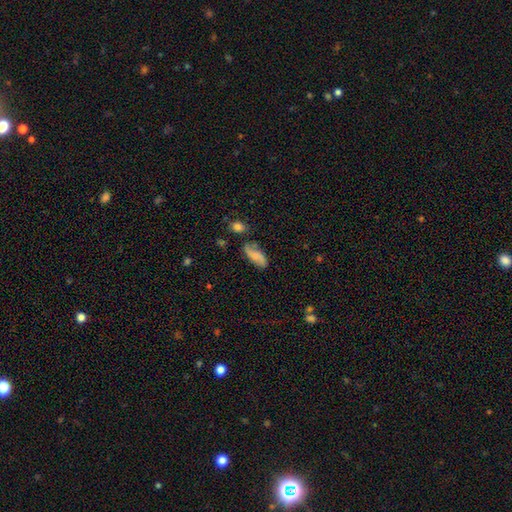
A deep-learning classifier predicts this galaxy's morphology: Overall: smooth (57%; featured or disk 35%). How rounded: in between (81%). Merging: none (66%).